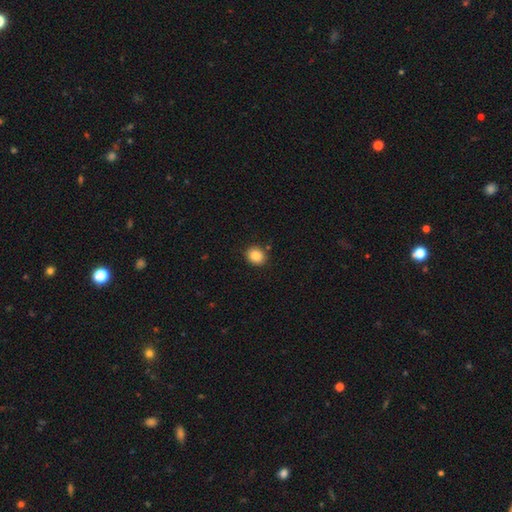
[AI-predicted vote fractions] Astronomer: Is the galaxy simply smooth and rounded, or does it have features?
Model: smooth — 87%.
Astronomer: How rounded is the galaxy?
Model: round — 67%.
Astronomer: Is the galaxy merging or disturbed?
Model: none — 87%.